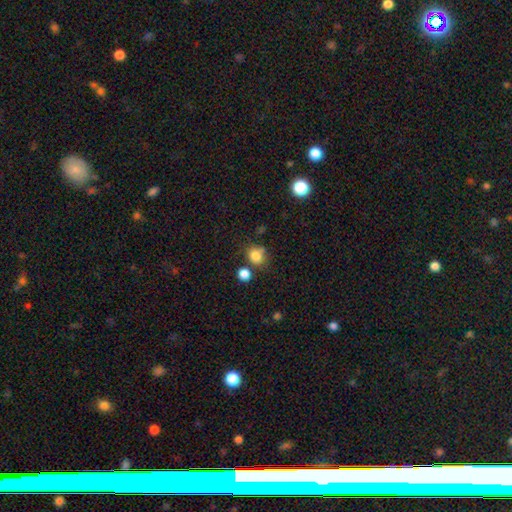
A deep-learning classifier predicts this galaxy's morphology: Smooth or featured: smooth — 82% (star or artifact — 12%)
How rounded: round — 77% (in between — 22%)
Merging: none — 65% (merger — 17%)